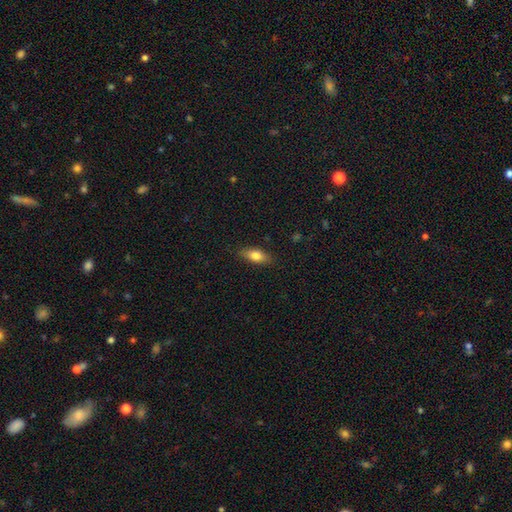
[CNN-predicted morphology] This appears to be a smooth galaxy with no disk features (75%) that is in between round and cigar-shaped (76%). Merging: none (85%).